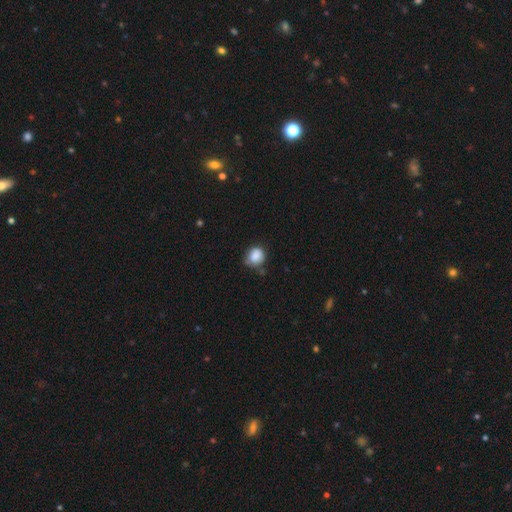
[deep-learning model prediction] Smooth or featured? smooth (86%)
How rounded? round (68%)
Merging? none (57%)